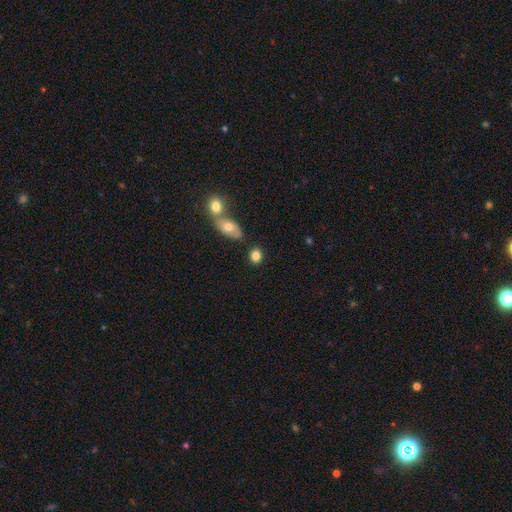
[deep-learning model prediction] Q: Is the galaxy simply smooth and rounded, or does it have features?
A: smooth — 83%.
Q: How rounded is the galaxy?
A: in between — 56%.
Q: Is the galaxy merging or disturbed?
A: none — 73%.